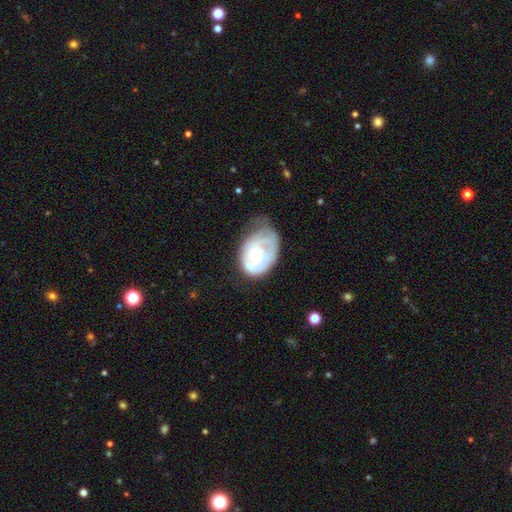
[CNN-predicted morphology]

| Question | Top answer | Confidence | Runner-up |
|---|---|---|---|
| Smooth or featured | featured or disk | 56% | smooth (37%) |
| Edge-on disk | no | 97% | yes (3%) |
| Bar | no | 75% | weak (21%) |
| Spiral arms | yes | 64% | no (36%) |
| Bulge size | small | 52% | moderate (35%) |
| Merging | minor disturbance | 39% | none (34%) |